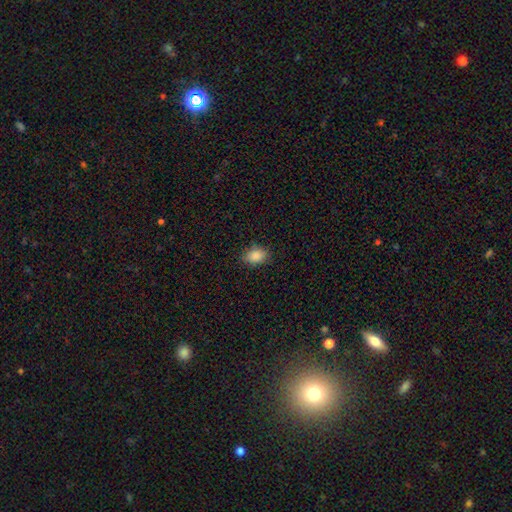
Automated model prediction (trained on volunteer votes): smooth_or_featured: smooth (p=0.87) [alt: star or artifact p=0.08]
how_rounded: in between (p=0.80) [alt: round p=0.19]
merging: none (p=0.83) [alt: minor disturbance p=0.13]